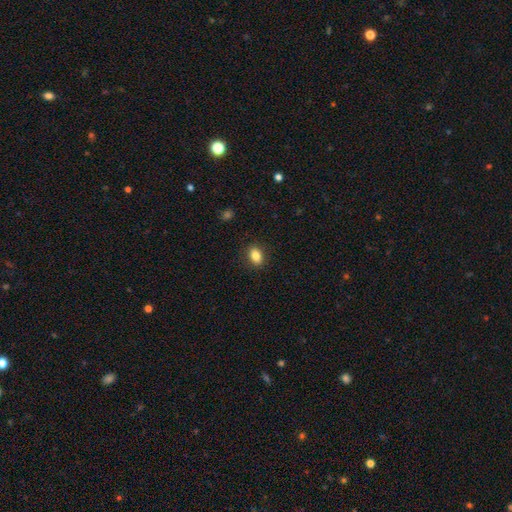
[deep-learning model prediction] A smooth galaxy with no disk features (84%) that is in between round and cigar-shaped (73%).

Vote fractions:
- Smooth or featured? smooth: 84% / star or artifact: 9% / featured or disk: 7%
- How rounded? in between: 73% / round: 26% / cigar-shaped: 1%
- Merging? none: 88% / minor disturbance: 9% / major disturbance: 2% / merger: 1%